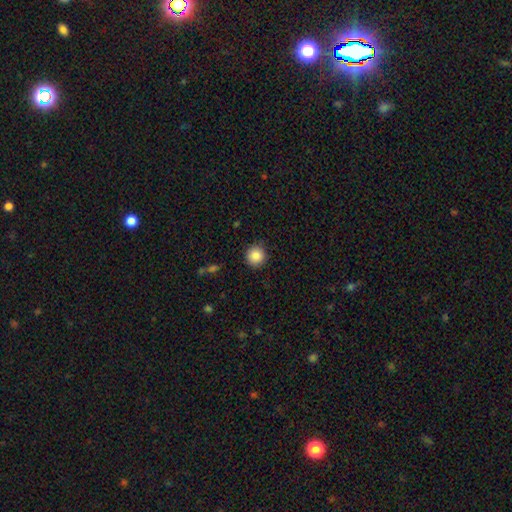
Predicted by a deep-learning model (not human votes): smooth 87%, star or artifact 9%, featured or disk 4%. Down the decision tree: how rounded — round (95%); merging — none (90%).